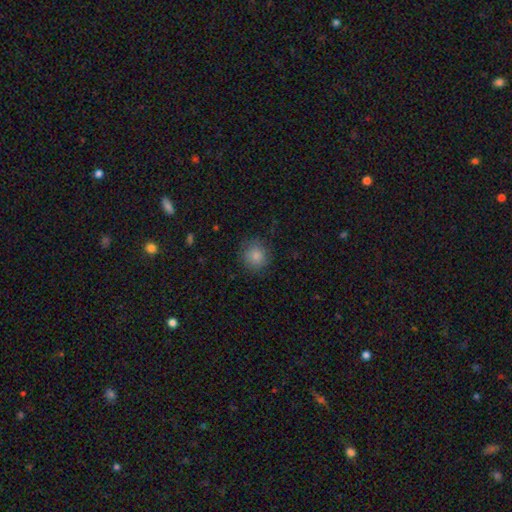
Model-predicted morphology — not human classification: Smooth or featured? Predicted: smooth (p=0.86). How rounded? Predicted: round (p=0.89). Merging? Predicted: none (p=0.82).